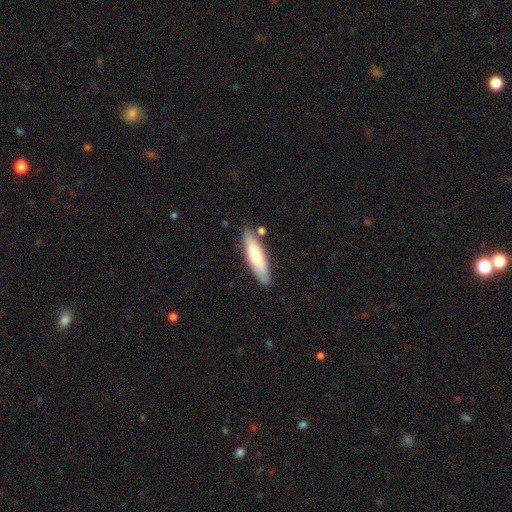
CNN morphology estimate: Smooth or featured?
  - smooth: 67% *
  - featured or disk: 28%
  - star or artifact: 5%
How rounded?
  - cigar-shaped: 67% *
  - in between: 32%
  - round: 1%
Merging?
  - none: 81% *
  - minor disturbance: 12%
  - merger: 5%
  - major disturbance: 2%